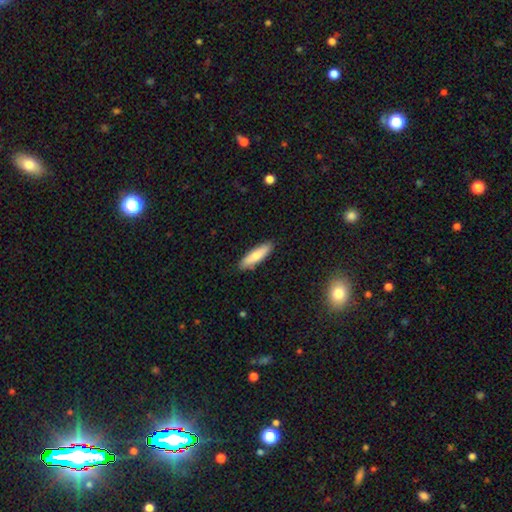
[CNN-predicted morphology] Overall: smooth (75%). How rounded: cigar-shaped (67%; in between 32%). Merging: none (88%).